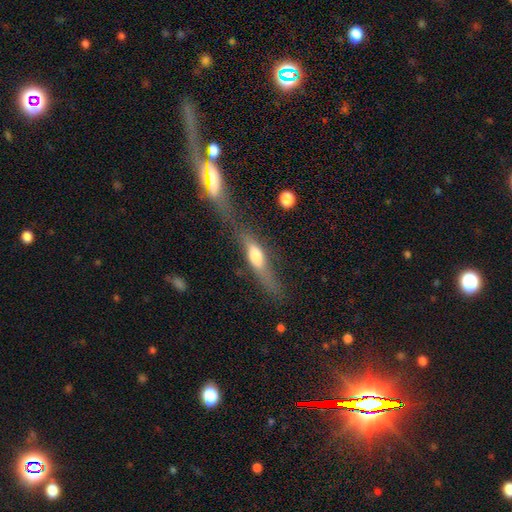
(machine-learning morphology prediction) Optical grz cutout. It shows a featured or disk galaxy (48%). Merging: none (43%).